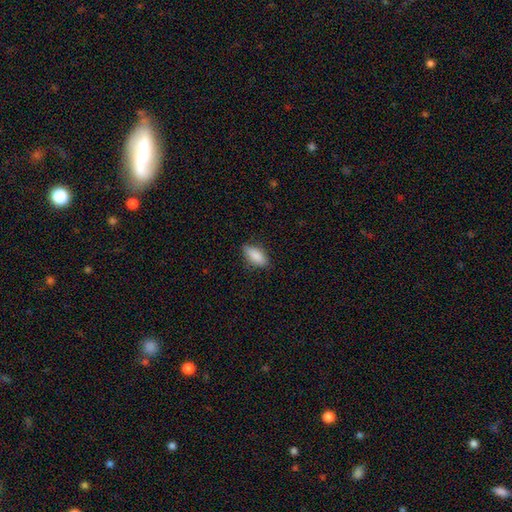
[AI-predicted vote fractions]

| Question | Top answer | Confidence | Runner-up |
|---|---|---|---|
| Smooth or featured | smooth | 85% | featured or disk (9%) |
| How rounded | in between | 83% | cigar-shaped (14%) |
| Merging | none | 80% | minor disturbance (16%) |